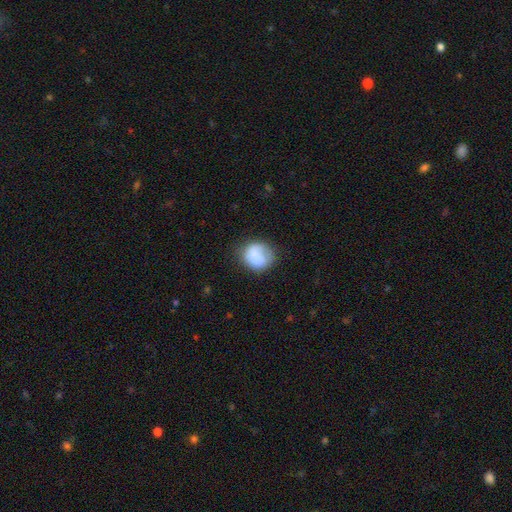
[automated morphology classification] Smooth or featured?
  - smooth: 80% *
  - featured or disk: 12%
  - star or artifact: 8%
How rounded?
  - round: 74% *
  - in between: 25%
  - cigar-shaped: 1%
Merging?
  - none: 62% *
  - minor disturbance: 24%
  - major disturbance: 11%
  - merger: 2%